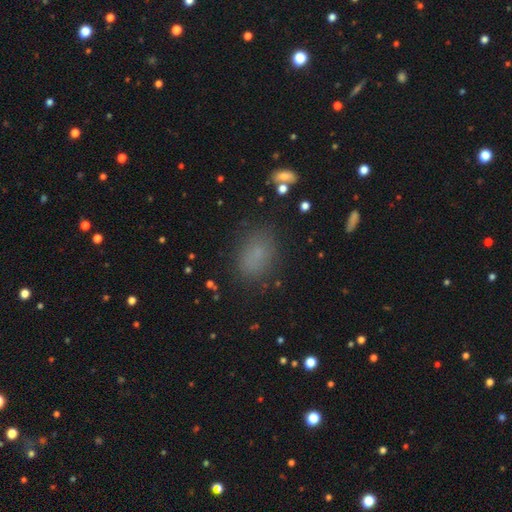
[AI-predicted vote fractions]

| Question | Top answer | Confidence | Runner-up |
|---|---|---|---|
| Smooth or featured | smooth | 77% | star or artifact (17%) |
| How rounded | in between | 74% | round (24%) |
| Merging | none | 80% | minor disturbance (13%) |